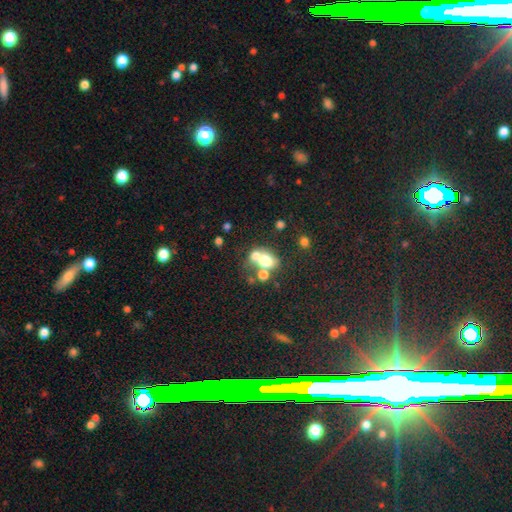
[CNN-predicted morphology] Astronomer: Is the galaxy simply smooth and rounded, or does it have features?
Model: smooth — 62%.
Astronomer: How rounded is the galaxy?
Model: in between — 54% (runner-up: round, 45%).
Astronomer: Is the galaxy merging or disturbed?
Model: merger — 53% (runner-up: none, 30%).